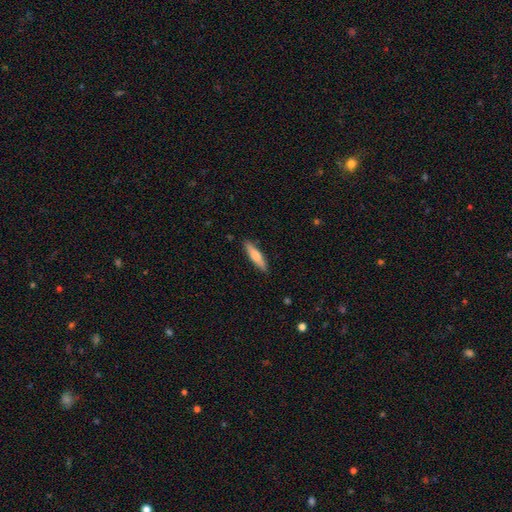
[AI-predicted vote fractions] Smooth or featured: smooth — 69% (featured or disk — 26%)
How rounded: cigar-shaped — 78% (in between — 21%)
Merging: none — 88% (minor disturbance — 9%)